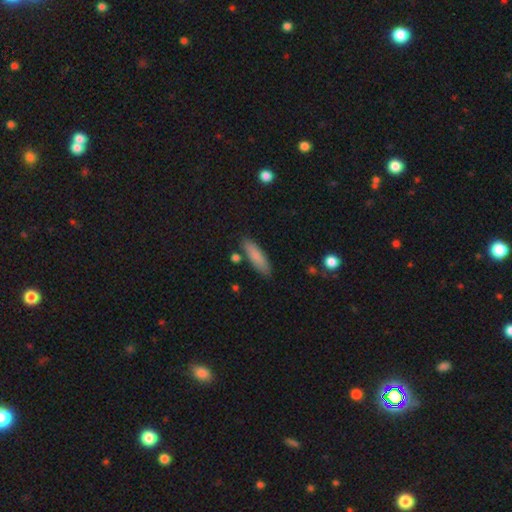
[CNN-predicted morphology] Smooth or featured: smooth — 83% (featured or disk — 11%)
How rounded: cigar-shaped — 64% (in between — 34%)
Merging: none — 84% (minor disturbance — 11%)